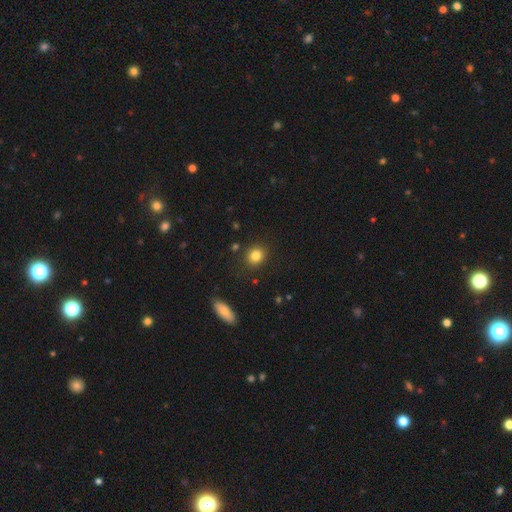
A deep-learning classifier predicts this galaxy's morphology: Overall: smooth (84%). How rounded: round (76%). Merging: none (87%).